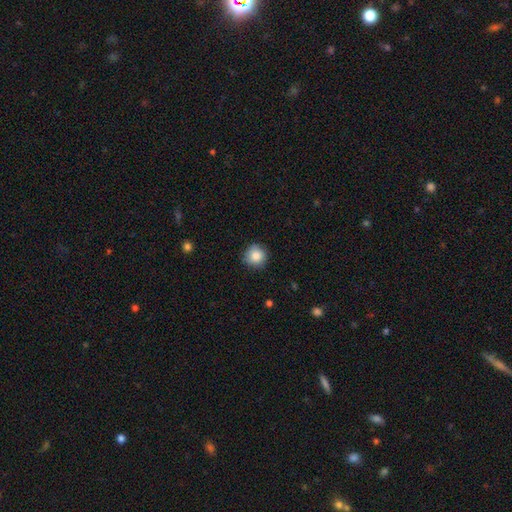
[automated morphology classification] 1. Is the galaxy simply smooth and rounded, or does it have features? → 84% smooth, 9% star or artifact, 7% featured or disk.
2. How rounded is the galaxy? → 94% round, 6% in between, 1% cigar-shaped.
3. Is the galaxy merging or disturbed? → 84% none, 13% minor disturbance, 2% major disturbance, 1% merger.